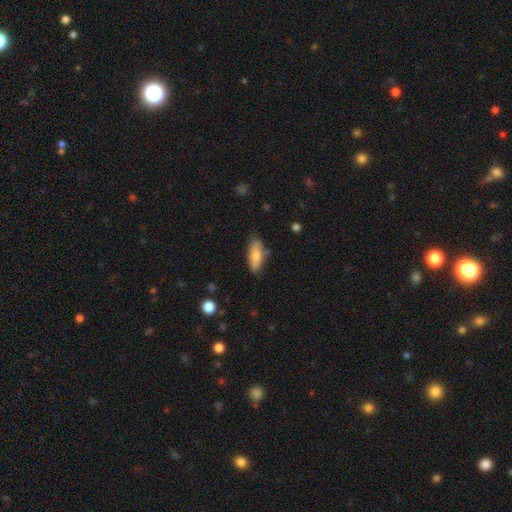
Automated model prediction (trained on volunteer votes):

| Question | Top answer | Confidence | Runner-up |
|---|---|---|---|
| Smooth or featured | smooth | 77% | featured or disk (17%) |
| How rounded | in between | 71% | cigar-shaped (27%) |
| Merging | none | 72% | minor disturbance (20%) |